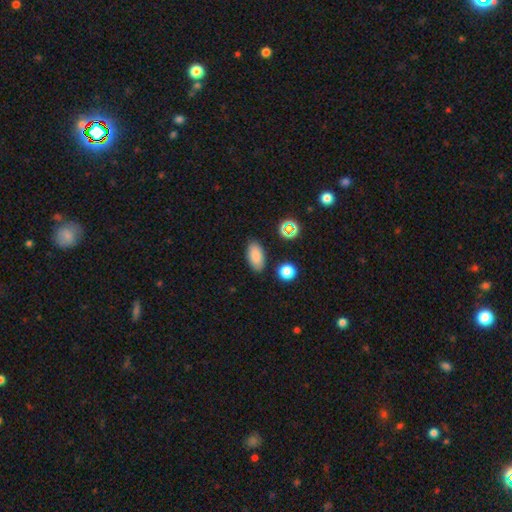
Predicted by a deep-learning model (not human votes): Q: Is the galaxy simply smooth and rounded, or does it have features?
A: smooth — 83%.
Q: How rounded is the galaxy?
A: in between — 91%.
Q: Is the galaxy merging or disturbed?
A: none — 84%.